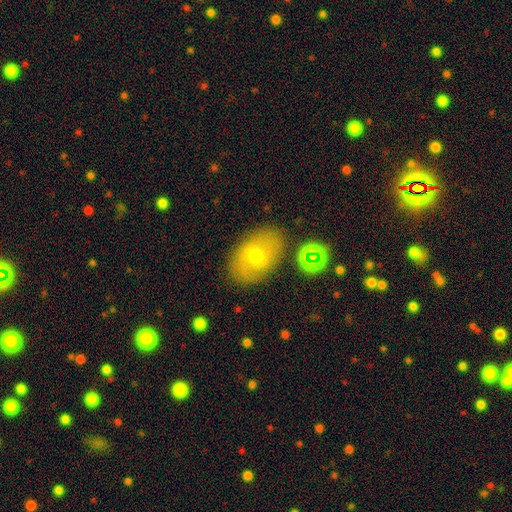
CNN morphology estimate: Smooth or featured? smooth (45%)
Merging? none (80%)